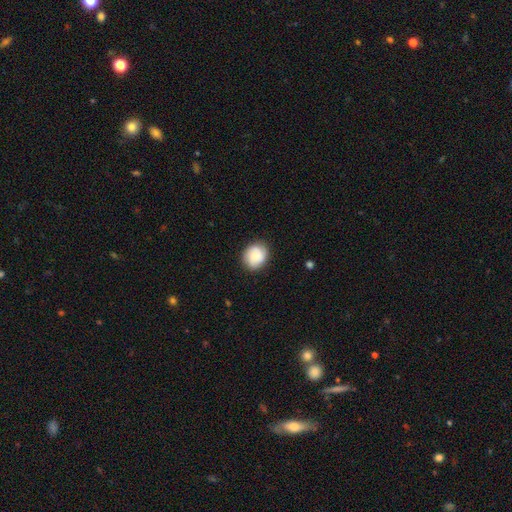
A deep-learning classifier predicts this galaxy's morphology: Overall: smooth (73%). How rounded: round (76%). Merging: none (85%).